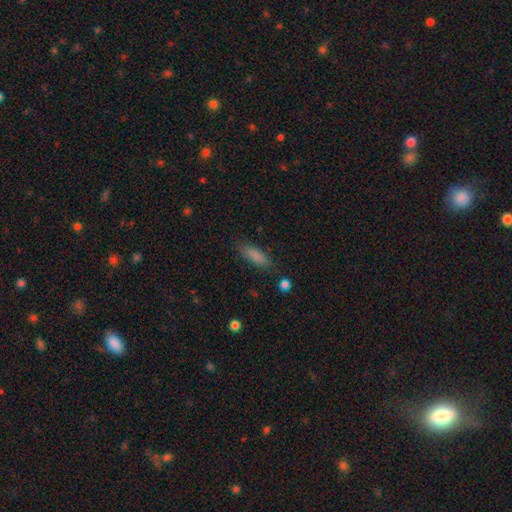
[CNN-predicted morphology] type=smooth (85%); roundness=in between (60%); merging=none (83%).